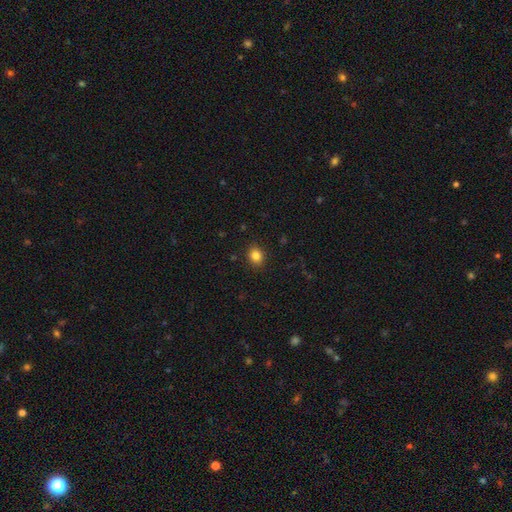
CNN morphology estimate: A smooth galaxy with no disk features (84%) that is round (64%). Merging: none (89%).